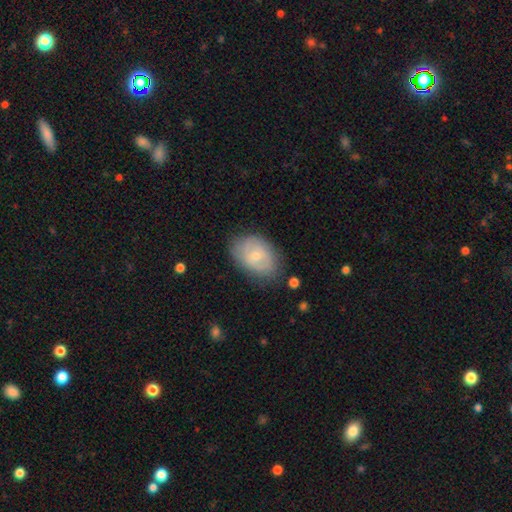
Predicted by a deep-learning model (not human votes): Smooth or featured: featured or disk — 47% (tied with smooth — 47%)
Merging: none — 74% (minor disturbance — 19%)